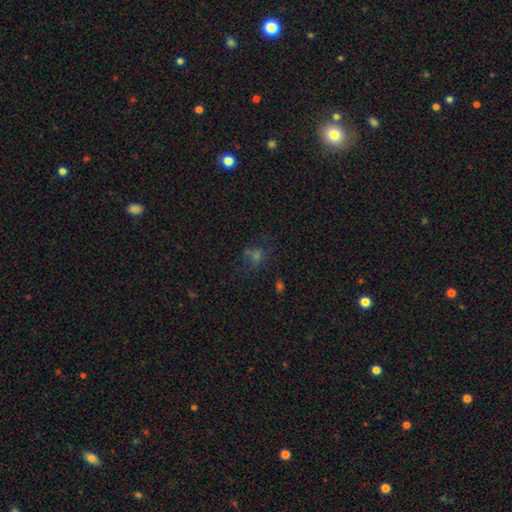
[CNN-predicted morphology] smooth 44%, star or artifact 38%, featured or disk 18%. Down the decision tree: merging — none (56%).